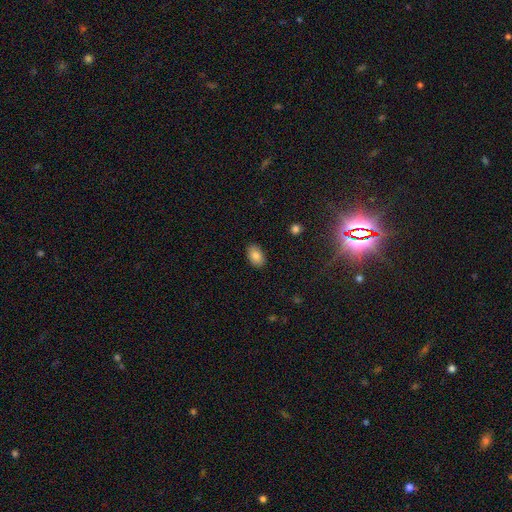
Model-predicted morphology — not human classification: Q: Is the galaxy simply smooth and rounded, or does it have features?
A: smooth — 83%.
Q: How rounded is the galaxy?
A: in between — 89%.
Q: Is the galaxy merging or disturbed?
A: none — 88%.